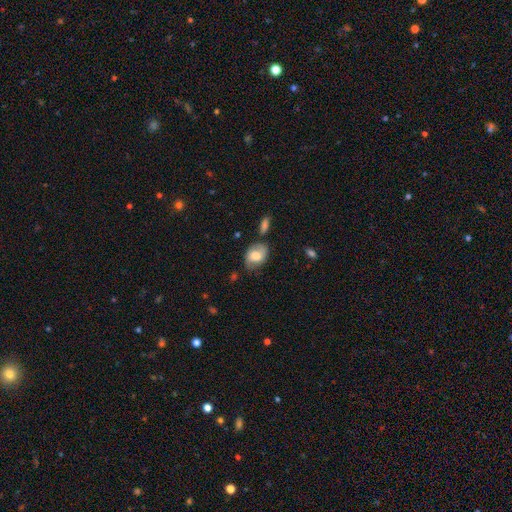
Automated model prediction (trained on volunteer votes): A smooth galaxy with no disk features (61%) that is in between round and cigar-shaped (77%).

Vote fractions:
- Smooth or featured? smooth: 61% / featured or disk: 32% / star or artifact: 7%
- How rounded? in between: 77% / round: 22% / cigar-shaped: 1%
- Merging? none: 65% / minor disturbance: 24% / major disturbance: 6% / merger: 6%